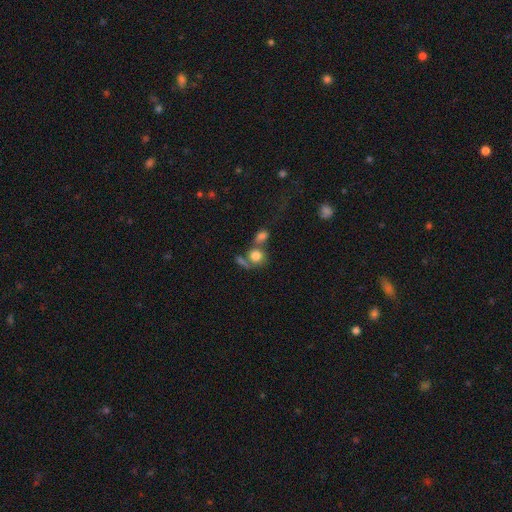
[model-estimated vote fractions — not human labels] This appears to be a smooth galaxy with no disk features (75%) that is round (76%). Merging: merger (43%).